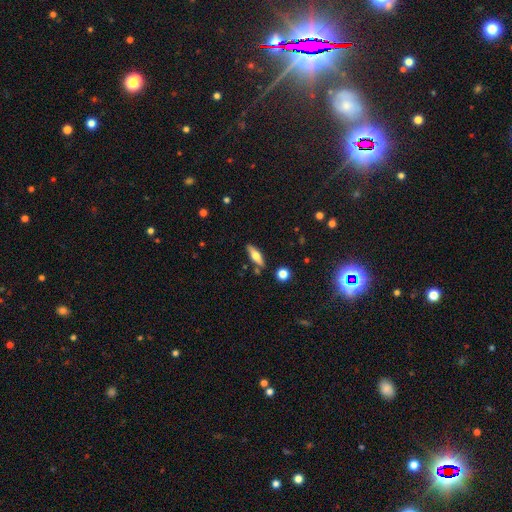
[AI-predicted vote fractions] Smooth or featured? smooth (53%)
How rounded? cigar-shaped (53%)
Merging? none (83%)